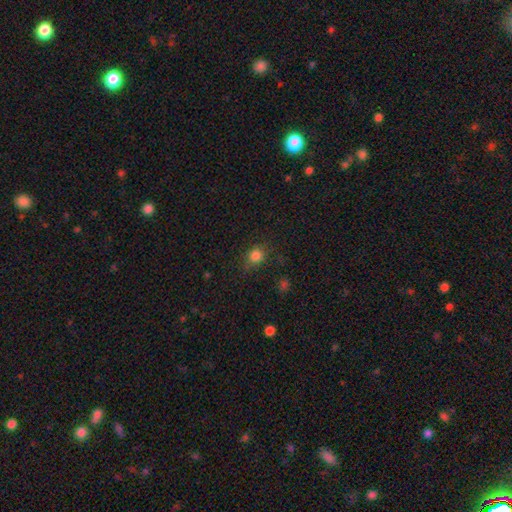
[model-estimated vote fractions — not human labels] smooth 81%, star or artifact 14%, featured or disk 6%. Down the decision tree: how rounded — round (74%); merging — none (76%).